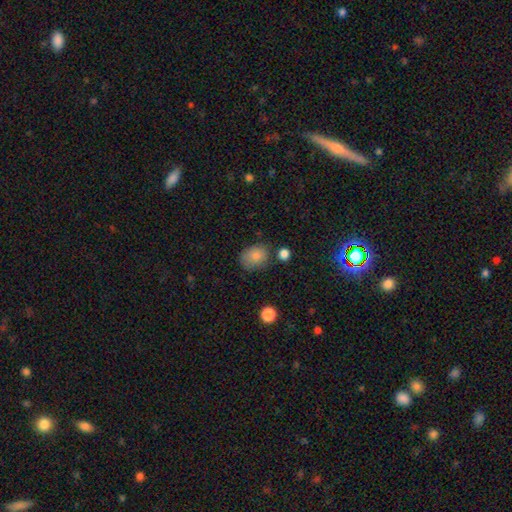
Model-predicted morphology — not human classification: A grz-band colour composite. It shows a smooth galaxy with no disk features (84%) that is round (50%). Merging: none (66%).